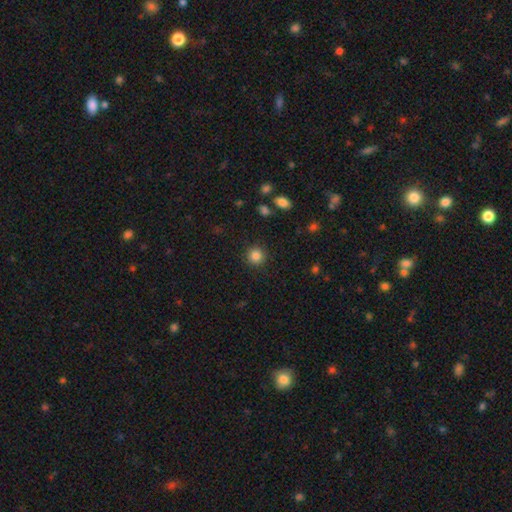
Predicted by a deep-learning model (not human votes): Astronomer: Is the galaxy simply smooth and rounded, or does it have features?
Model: smooth — 84%.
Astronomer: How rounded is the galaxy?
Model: round — 94%.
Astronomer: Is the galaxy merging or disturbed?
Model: none — 91%.